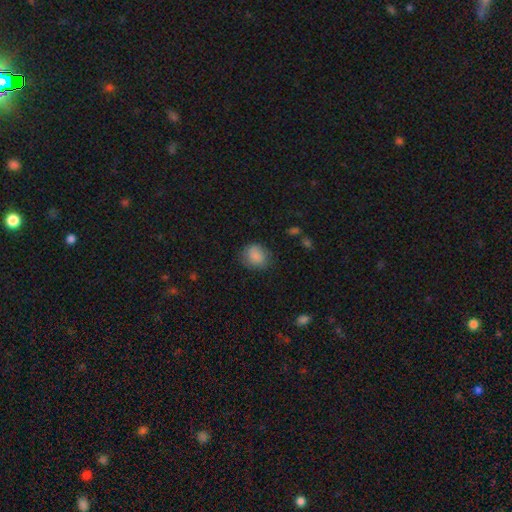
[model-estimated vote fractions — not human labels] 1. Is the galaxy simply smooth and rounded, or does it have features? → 86% smooth, 8% star or artifact, 6% featured or disk.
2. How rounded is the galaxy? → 59% round, 40% in between, 1% cigar-shaped.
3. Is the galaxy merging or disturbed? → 76% none, 18% minor disturbance, 5% major disturbance, 1% merger.